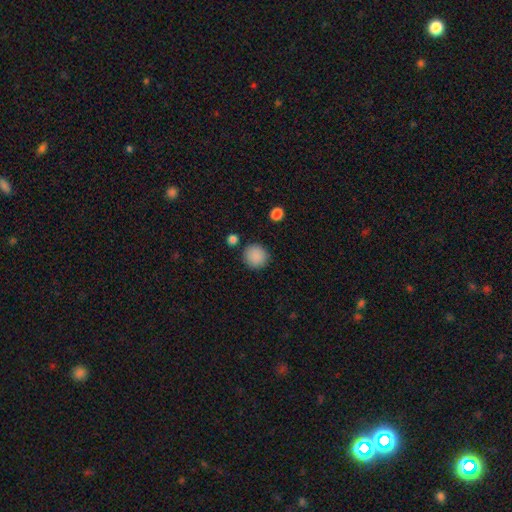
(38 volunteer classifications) Smooth or featured? smooth (92%)
How rounded? round (97%)
Merging? none (83%)